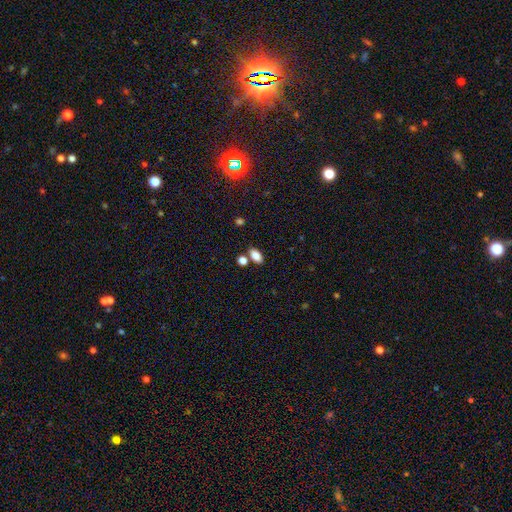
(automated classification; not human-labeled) smooth 84%, star or artifact 9%, featured or disk 7%. Down the decision tree: how rounded — in between (89%); merging — none (73%).